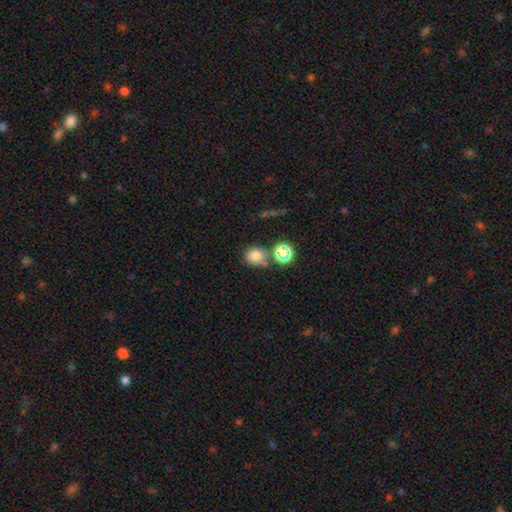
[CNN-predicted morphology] The model was most divided on "how rounded": round: 67%, in between: 32%, cigar-shaped: 1%. More confident: smooth or featured — smooth (74%); merging — none (58%).